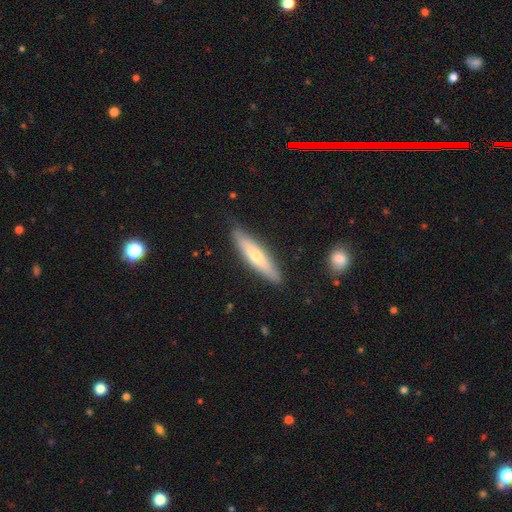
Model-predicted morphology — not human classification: smooth_or_featured: smooth (p=0.55) [alt: featured or disk p=0.39]
how_rounded: cigar-shaped (p=0.81) [alt: in between p=0.18]
merging: none (p=0.84) [alt: minor disturbance p=0.12]